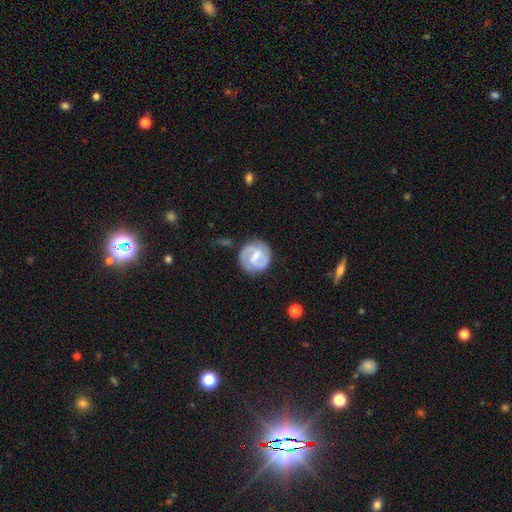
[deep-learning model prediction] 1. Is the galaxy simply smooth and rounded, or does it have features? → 79% featured or disk, 16% smooth, 5% star or artifact.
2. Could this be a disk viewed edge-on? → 98% no, 2% yes.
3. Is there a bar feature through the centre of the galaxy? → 53% weak, 30% strong, 17% no.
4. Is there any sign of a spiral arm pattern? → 92% yes, 8% no.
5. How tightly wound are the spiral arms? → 44% medium, 43% tight, 13% loose.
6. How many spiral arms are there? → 84% 2, 7% can't tell, 4% 1, 3% 3, 1% 4, 1% more than 4.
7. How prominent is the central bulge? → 45% small, 40% moderate, 10% none, 4% large, 1% dominant.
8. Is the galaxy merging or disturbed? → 79% none, 14% minor disturbance, 5% major disturbance, 2% merger.